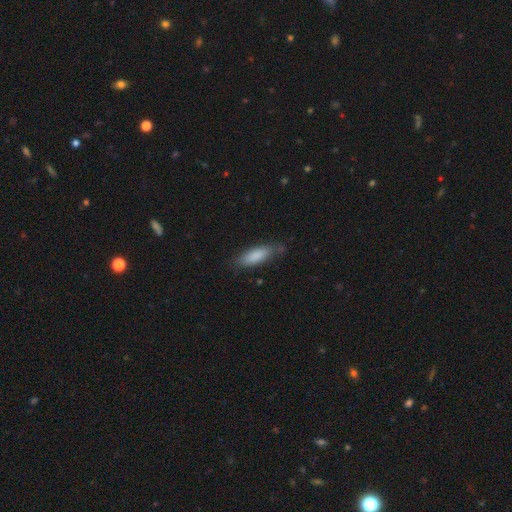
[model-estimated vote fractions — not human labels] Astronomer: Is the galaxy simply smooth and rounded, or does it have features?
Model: smooth — 84%.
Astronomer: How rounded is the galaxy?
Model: in between — 62%.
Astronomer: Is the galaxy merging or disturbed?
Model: none — 69%.